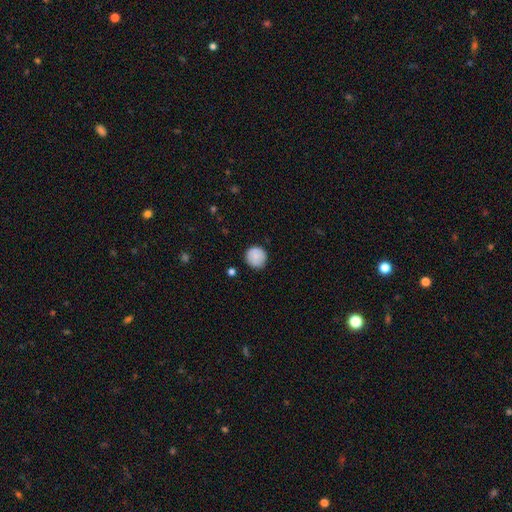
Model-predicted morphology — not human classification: Smooth or featured?
  - smooth: 84% *
  - featured or disk: 9%
  - star or artifact: 7%
How rounded?
  - round: 93% *
  - in between: 6%
  - cigar-shaped: 1%
Merging?
  - none: 86% *
  - minor disturbance: 11%
  - major disturbance: 2%
  - merger: 1%